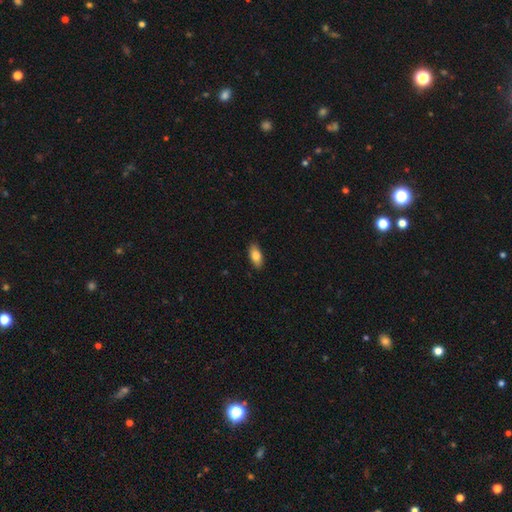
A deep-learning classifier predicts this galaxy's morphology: Smooth or featured?
  - smooth: 81% *
  - featured or disk: 12%
  - star or artifact: 6%
How rounded?
  - in between: 86% *
  - cigar-shaped: 12%
  - round: 3%
Merging?
  - none: 88% *
  - minor disturbance: 9%
  - major disturbance: 2%
  - merger: 1%